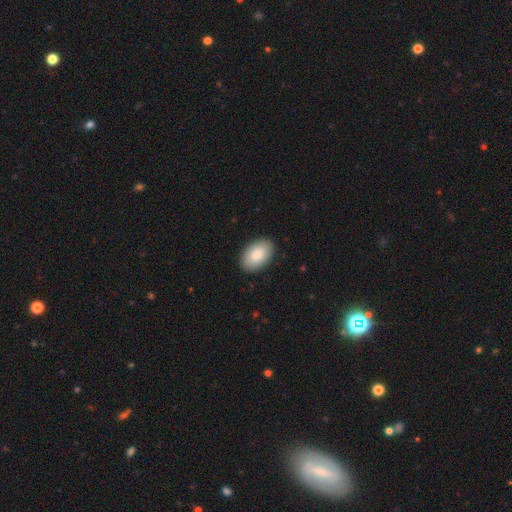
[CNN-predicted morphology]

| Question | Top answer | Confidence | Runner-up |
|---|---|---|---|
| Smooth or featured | smooth | 87% | featured or disk (7%) |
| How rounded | in between | 94% | round (5%) |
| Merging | none | 89% | minor disturbance (8%) |